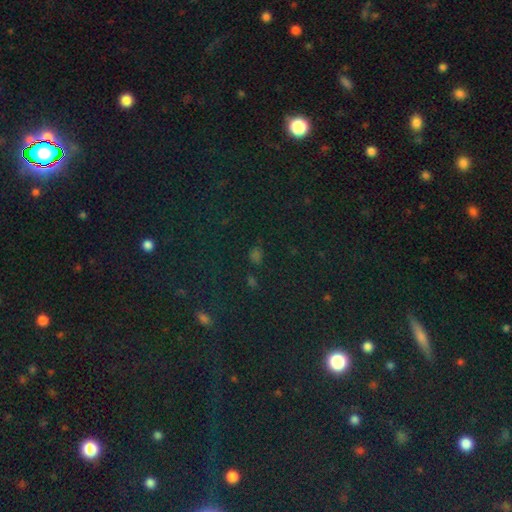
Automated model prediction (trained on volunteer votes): smooth_or_featured: star or artifact (p=0.47) [alt: smooth p=0.46]